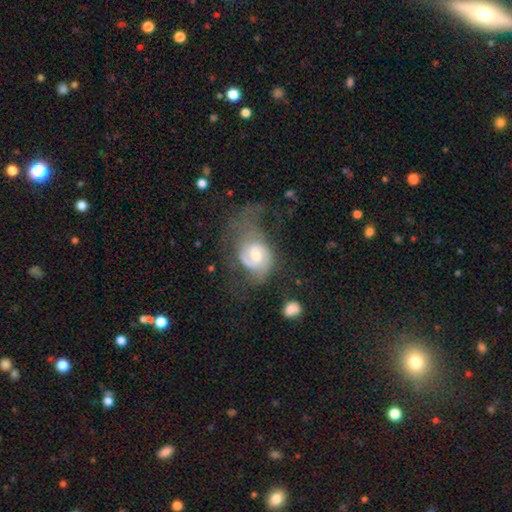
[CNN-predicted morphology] This is likely a featured or disk galaxy (76%). It is clearly not viewed edge-on (97%). Bar: possibly no (51%). Spiral arm pattern: clearly yes (87%). Spiral arm count: possibly 2 (57%). Spiral winding: marginally medium (42%). Central bulge: likely moderate (65%). Merging: marginally major disturbance (42%).